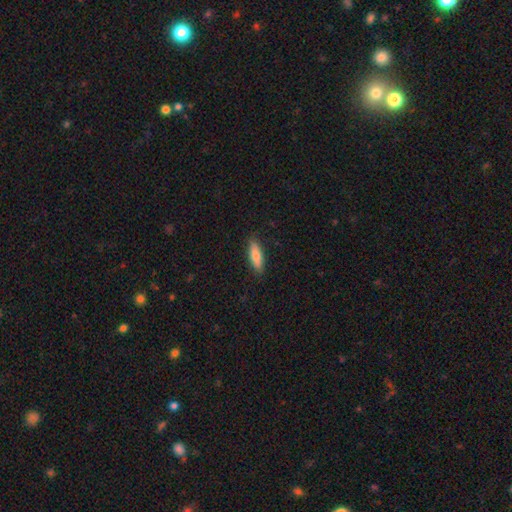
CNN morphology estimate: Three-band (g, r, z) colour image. It shows a smooth galaxy with no disk features (78%) that is cigar-shaped (53%). Merging: none (88%).